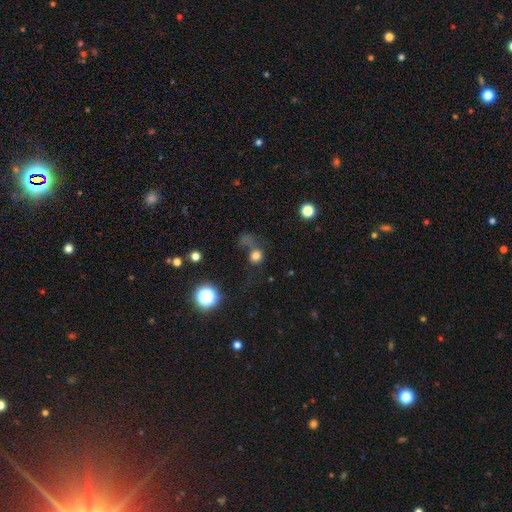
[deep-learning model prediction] Smooth or featured? Predicted: smooth (p=0.71). How rounded? Predicted: round (p=0.85). Merging? Predicted: none (p=0.44).